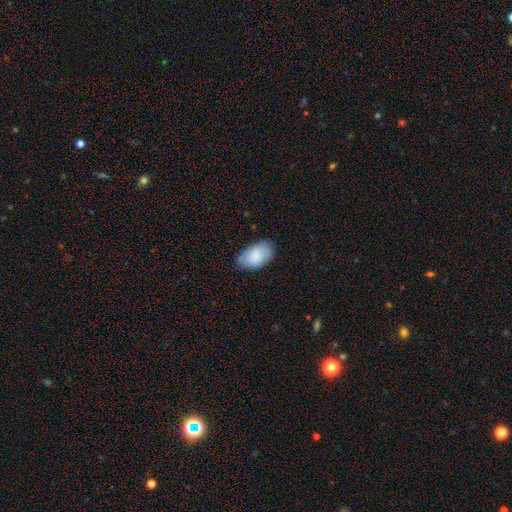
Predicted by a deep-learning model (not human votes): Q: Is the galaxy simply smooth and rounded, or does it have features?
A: smooth — 81%.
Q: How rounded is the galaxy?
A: in between — 94%.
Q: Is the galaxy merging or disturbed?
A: none — 72%.